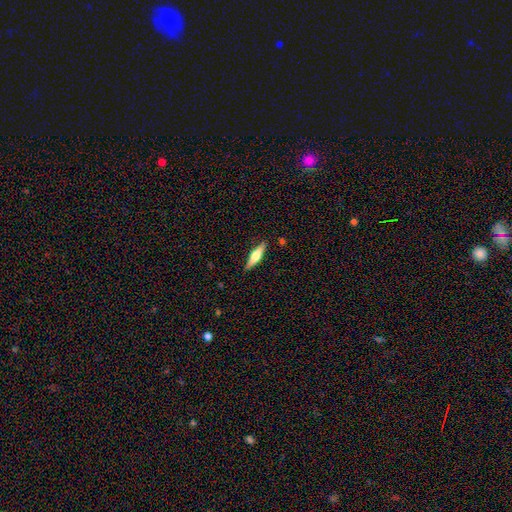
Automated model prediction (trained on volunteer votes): Q: Smooth or featured?
A: featured or disk (52%); runner-up: smooth (43%)
Q: Edge-on disk?
A: yes (95%); runner-up: no (5%)
Q: Merging?
A: none (87%); runner-up: minor disturbance (10%)